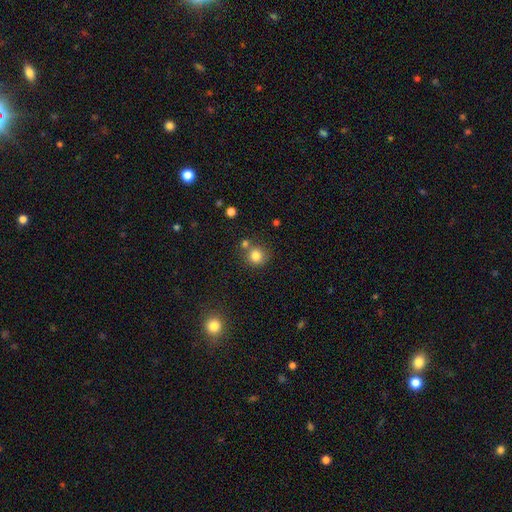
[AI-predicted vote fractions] A smooth galaxy with no disk features (82%) that is round (90%).

Vote fractions:
- Smooth or featured? smooth: 82% / star or artifact: 12% / featured or disk: 6%
- How rounded? round: 90% / in between: 9% / cigar-shaped: 1%
- Merging? none: 68% / merger: 19% / minor disturbance: 10% / major disturbance: 3%